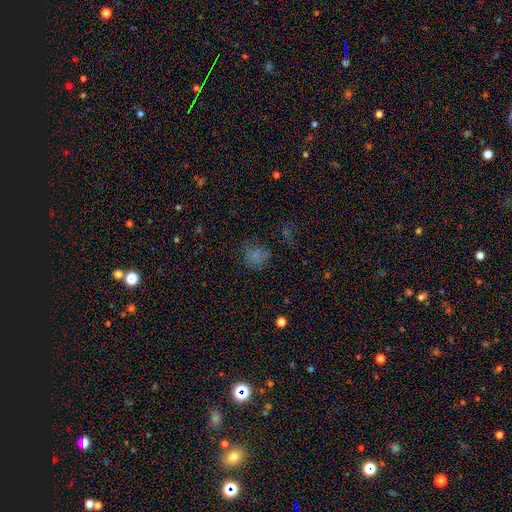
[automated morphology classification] smooth_or_featured: smooth (p=0.66) [alt: star or artifact p=0.25]
how_rounded: round (p=0.83) [alt: in between p=0.16]
merging: none (p=0.72) [alt: minor disturbance p=0.17]